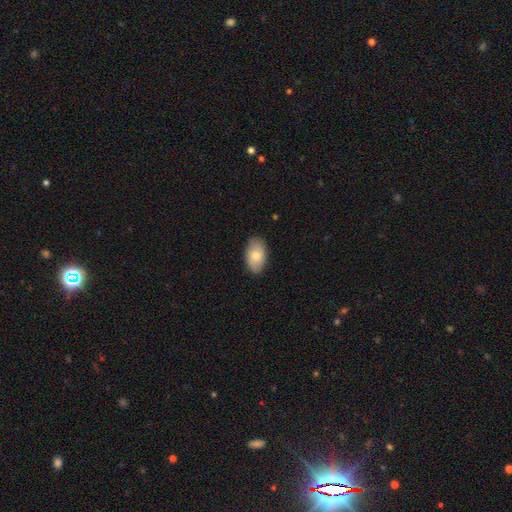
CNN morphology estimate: Overall: smooth (77%). How rounded: in between (93%). Merging: none (86%).